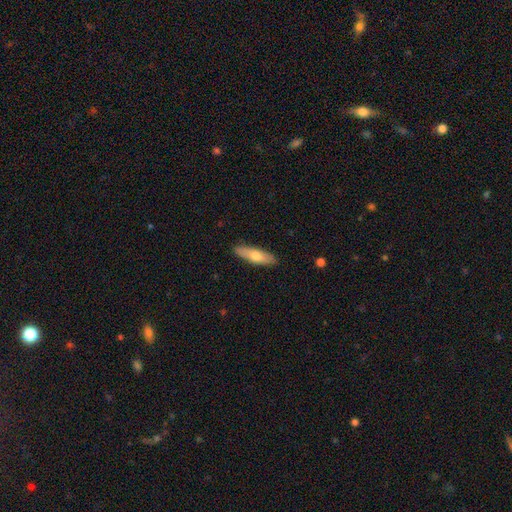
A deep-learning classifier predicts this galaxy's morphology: Smooth or featured: smooth — 67% (featured or disk — 27%)
How rounded: cigar-shaped — 55% (in between — 43%)
Merging: none — 88% (minor disturbance — 9%)